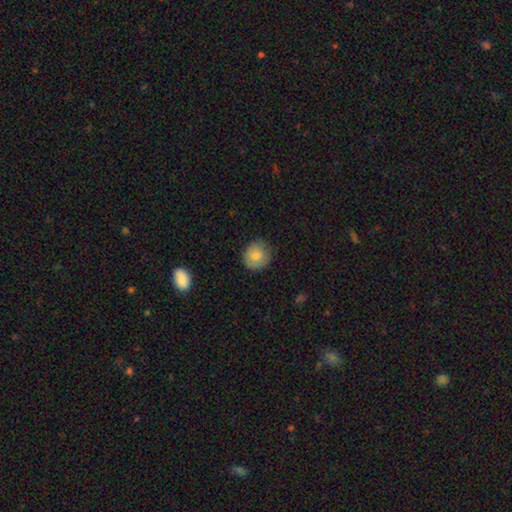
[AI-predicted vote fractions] smooth-or-featured: smooth: 79% | featured or disk: 13% | star or artifact: 7%
  how-rounded: round: 89% | in between: 10% | cigar-shaped: 1%
  merging: none: 79% | minor disturbance: 16% | major disturbance: 3% | merger: 1%